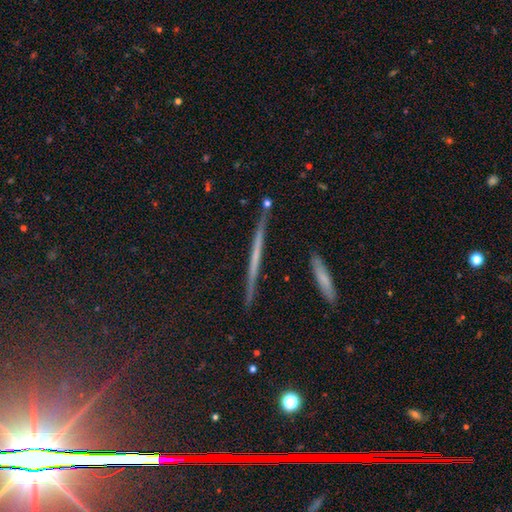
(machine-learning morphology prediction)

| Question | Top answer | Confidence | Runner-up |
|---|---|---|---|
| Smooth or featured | featured or disk | 55% | smooth (30%) |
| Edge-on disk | yes | 96% | no (4%) |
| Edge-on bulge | none | 85% | rounded (9%) |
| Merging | none | 89% | minor disturbance (7%) |